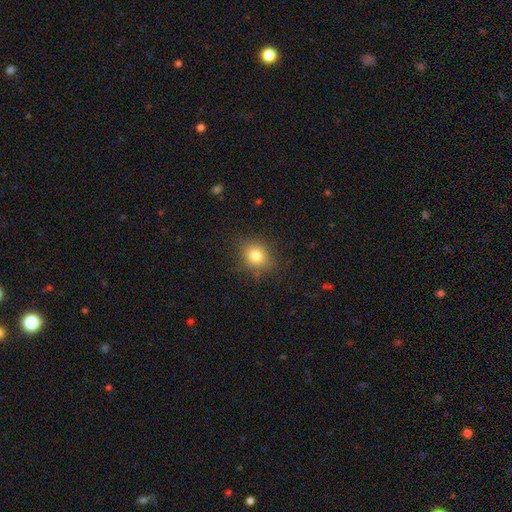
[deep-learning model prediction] Morphology: type=smooth (79%); roundness=round (73%); merging=none (82%).